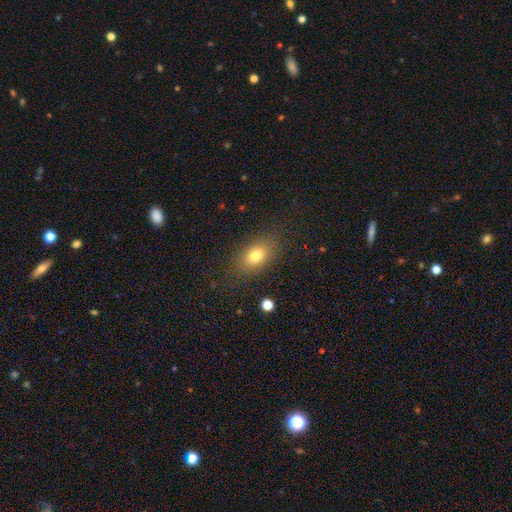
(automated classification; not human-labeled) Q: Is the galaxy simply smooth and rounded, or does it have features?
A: smooth — 76%.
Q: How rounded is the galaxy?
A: in between — 83%.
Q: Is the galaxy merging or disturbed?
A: none — 82%.